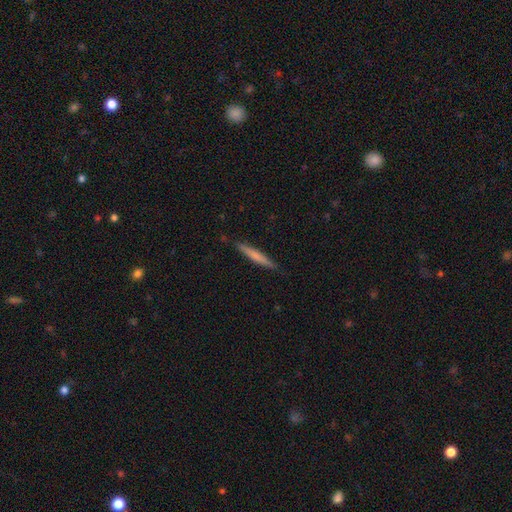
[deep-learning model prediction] Smooth or featured: smooth — 65% (featured or disk — 30%)
How rounded: cigar-shaped — 95% (in between — 3%)
Merging: none — 89% (minor disturbance — 8%)